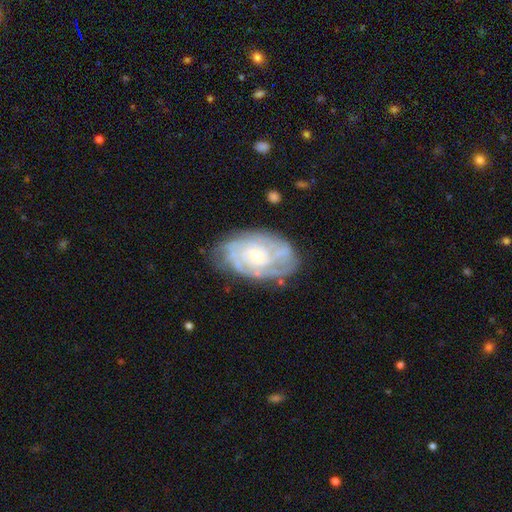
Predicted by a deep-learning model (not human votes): A featured or disk galaxy (83%) with no bar (75%), tight (72%) spiral arms (92%) and a small central bulge (63%).

Vote fractions:
- Smooth or featured? featured or disk: 83% / smooth: 12% / star or artifact: 6%
- Edge-on disk? no: 96% / yes: 4%
- Bar? no: 75% / weak: 21% / strong: 4%
- Spiral arms? yes: 92% / no: 8%
- Spiral winding? tight: 72% / medium: 23% / loose: 5%
- Spiral arm count? can't tell: 43% / 3: 16% / 2: 15% / 4: 14% / more than 4: 6% / 1: 5%
- Bulge size? small: 63% / moderate: 33% / large: 1% / none: 1% / dominant: 1%
- Merging? none: 73% / minor disturbance: 19% / major disturbance: 6% / merger: 2%